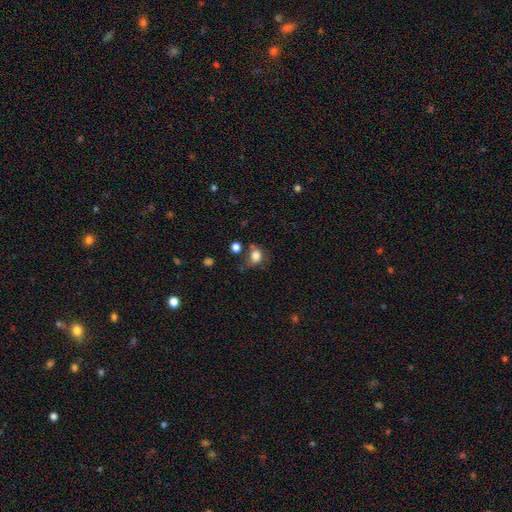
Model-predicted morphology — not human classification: This appears to be a smooth galaxy with no disk features (81%) that is round (50%). Merging: none (52%).